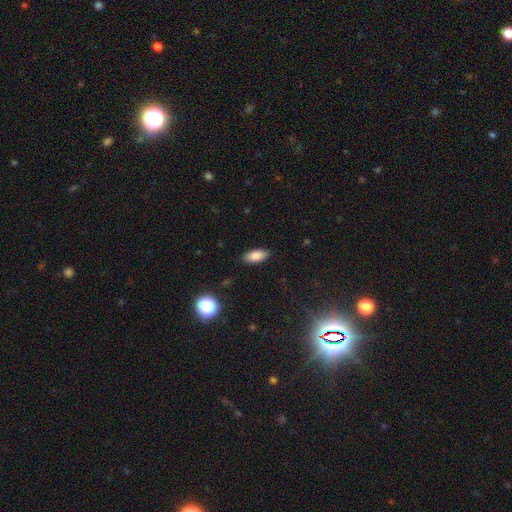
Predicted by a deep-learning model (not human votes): smooth-or-featured: smooth: 84% | star or artifact: 9% | featured or disk: 7%
  how-rounded: in between: 87% | cigar-shaped: 10% | round: 3%
  merging: none: 87% | minor disturbance: 10% | major disturbance: 2% | merger: 1%